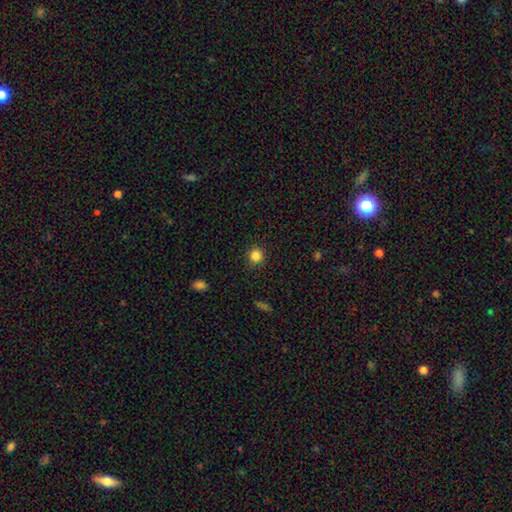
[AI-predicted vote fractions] A smooth galaxy with no disk features (84%) that is round (92%). Merging: none (89%).